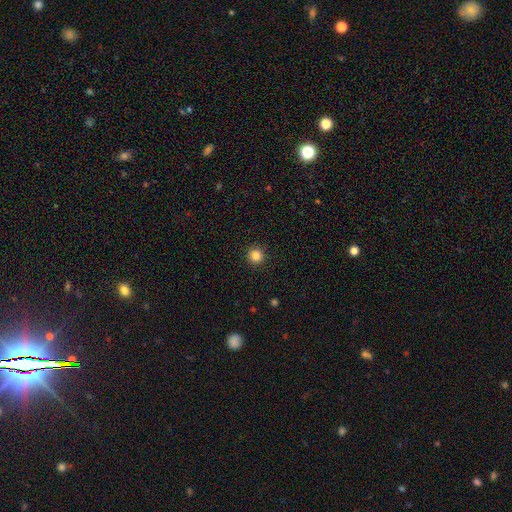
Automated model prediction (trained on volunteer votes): A smooth galaxy with no disk features (84%) that is round (95%).

Vote fractions:
- Smooth or featured? smooth: 84% / star or artifact: 12% / featured or disk: 4%
- How rounded? round: 95% / in between: 4% / cigar-shaped: 1%
- Merging? none: 93% / minor disturbance: 5% / major disturbance: 2% / merger: 1%